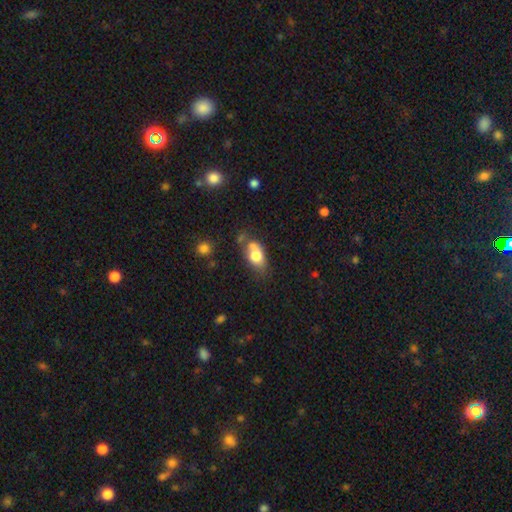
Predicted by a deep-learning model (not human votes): Smooth or featured? Predicted: smooth (p=0.73). How rounded? Predicted: in between (p=0.83). Merging? Predicted: none (p=0.42).